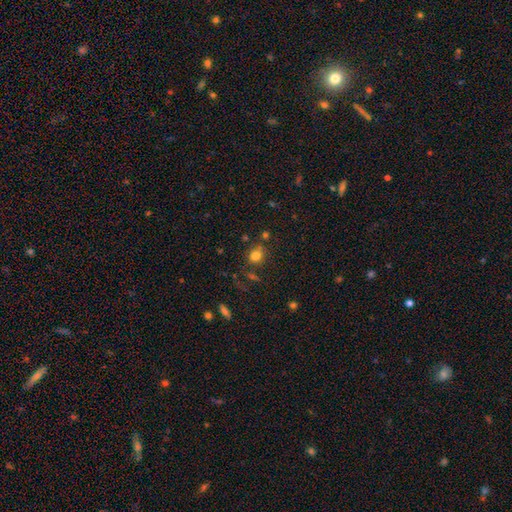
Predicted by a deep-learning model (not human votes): This is likely a smooth galaxy (77%). How rounded: likely round (66%). Merging: likely none (69%).